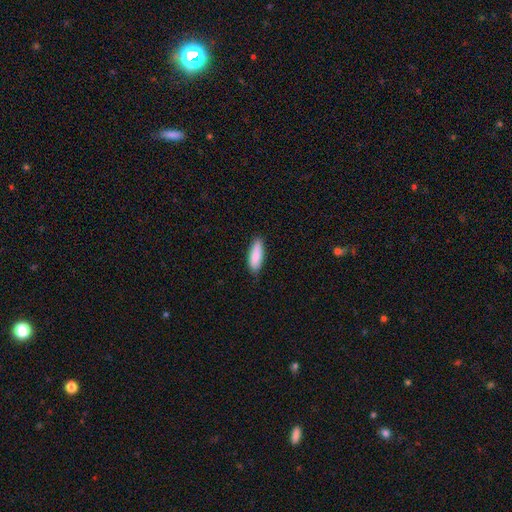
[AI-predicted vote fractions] Smooth or featured? smooth (87%)
How rounded? in between (59%)
Merging? none (82%)